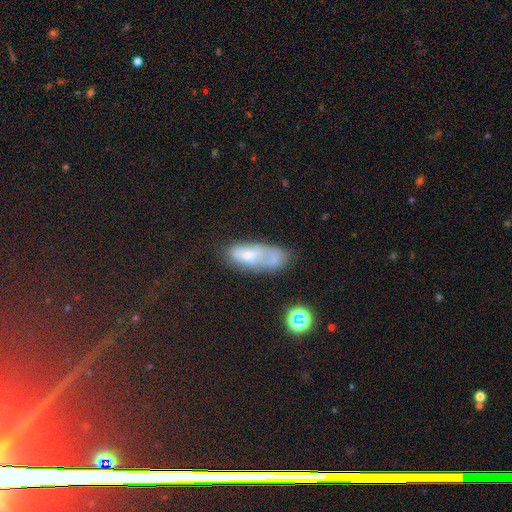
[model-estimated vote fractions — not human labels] smooth-or-featured: smooth: 48% | featured or disk: 31% | star or artifact: 20%
  merging: none: 38% | minor disturbance: 25% | merger: 21% | major disturbance: 17%